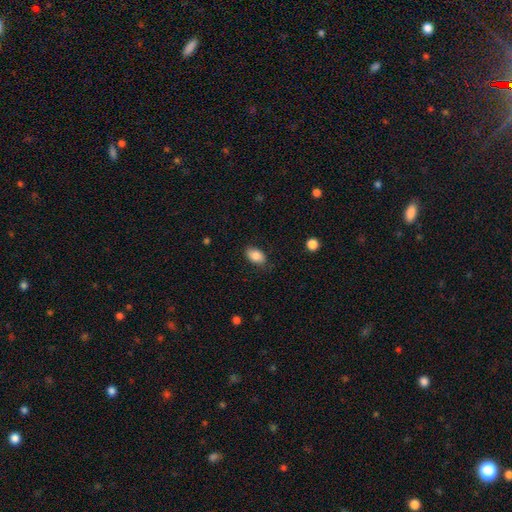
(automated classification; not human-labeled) smooth-or-featured: smooth: 85% | star or artifact: 8% | featured or disk: 7%
  how-rounded: in between: 90% | round: 8% | cigar-shaped: 1%
  merging: none: 81% | minor disturbance: 14% | major disturbance: 3% | merger: 1%